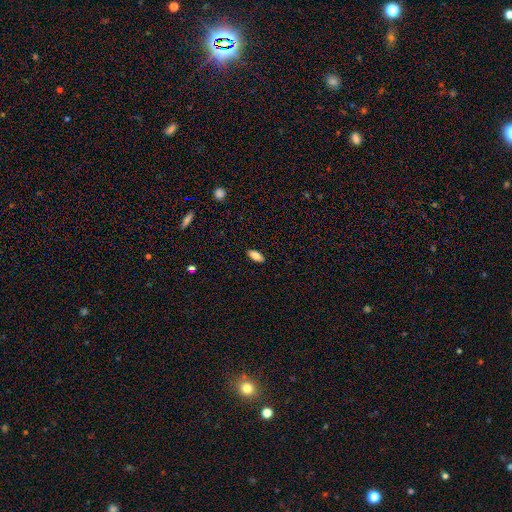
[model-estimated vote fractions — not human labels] A smooth galaxy with no disk features (78%) that is in between round and cigar-shaped (84%). Merging: none (89%).